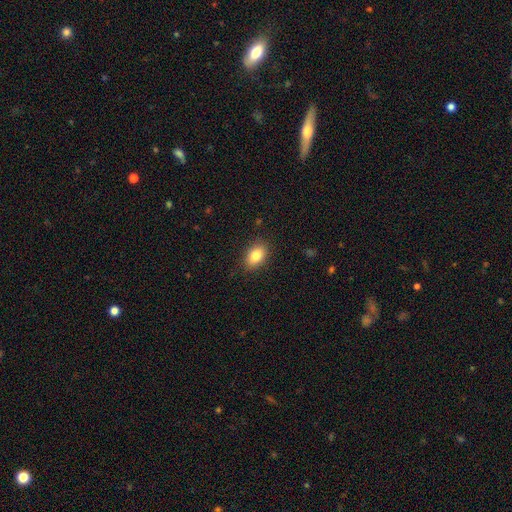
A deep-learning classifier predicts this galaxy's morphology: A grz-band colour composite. It shows a smooth galaxy with no disk features (83%) that is in between round and cigar-shaped (83%). Merging: none (87%).